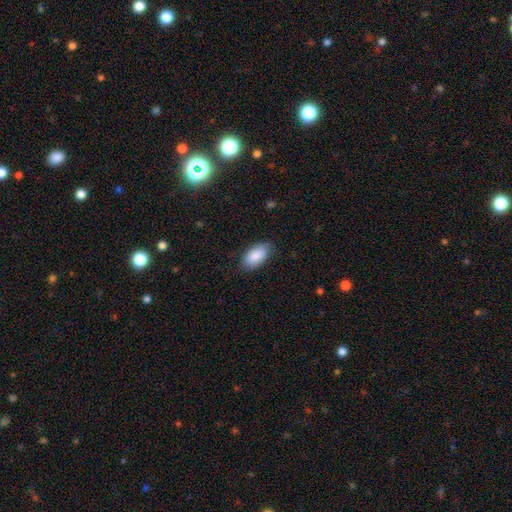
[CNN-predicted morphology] This appears to be a smooth galaxy with no disk features (88%) that is in between round and cigar-shaped (95%). Merging: none (82%).